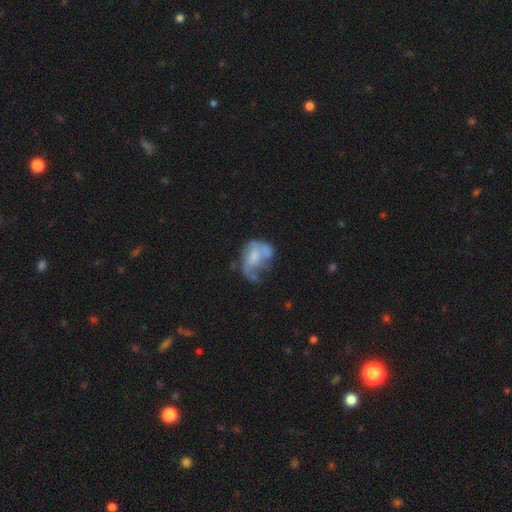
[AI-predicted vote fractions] Smooth or featured: featured or disk — 50% (smooth — 40%)
Merging: major disturbance — 40% (none — 24%)